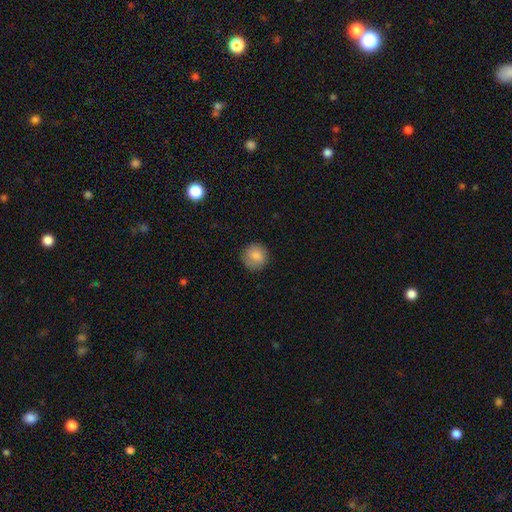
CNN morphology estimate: This appears to be a smooth galaxy with no disk features (85%) that is round (91%). Merging: none (85%).